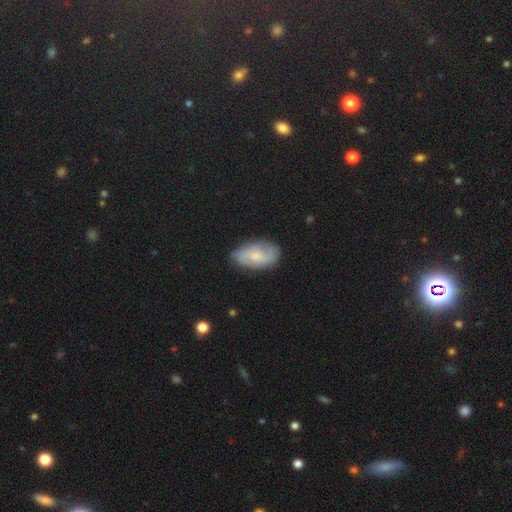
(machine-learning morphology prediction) featured or disk 58%, smooth 35%, star or artifact 7%. Down the decision tree: edge-on disk — no (95%); bar — no (57%); spiral arms — yes (90%); bulge size — small (50%); merging — none (77%).